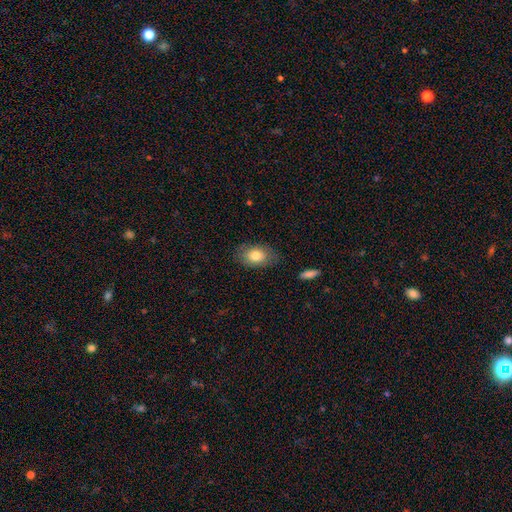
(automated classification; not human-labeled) This is likely a smooth galaxy (79%). How rounded: clearly in between (85%). Merging: likely none (80%).